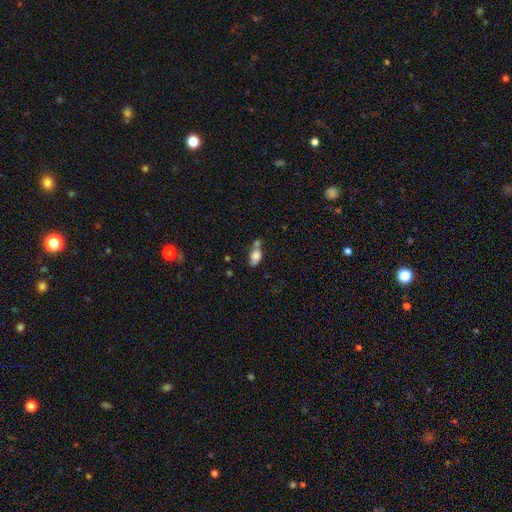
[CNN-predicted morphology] The model was most divided on "merging": merger: 38%, none: 36%, minor disturbance: 18%, major disturbance: 8%. More confident: how rounded — in between (83%); smooth or featured — smooth (77%).